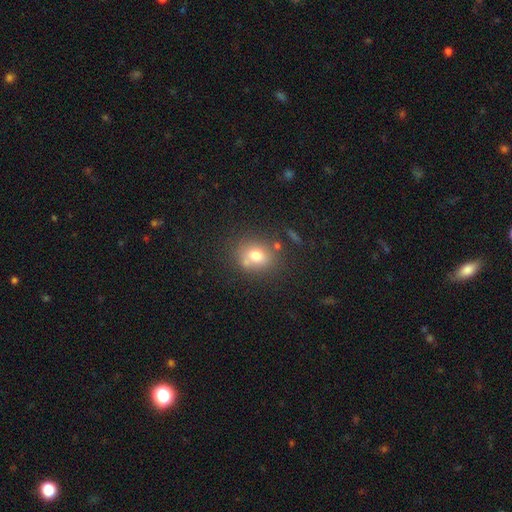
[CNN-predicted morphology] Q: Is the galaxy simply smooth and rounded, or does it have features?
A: smooth — 73%.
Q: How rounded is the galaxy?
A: round — 63%.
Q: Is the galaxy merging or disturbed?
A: none — 65%.